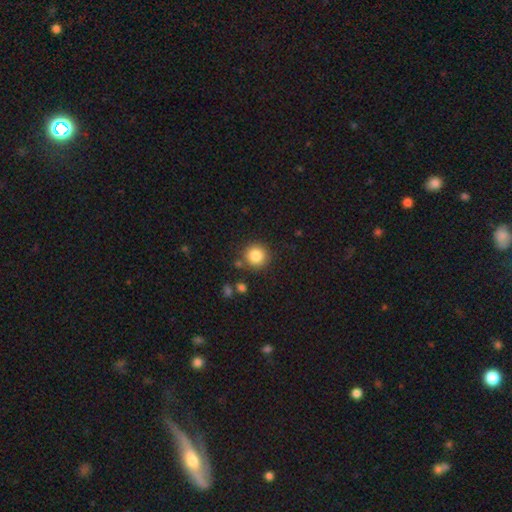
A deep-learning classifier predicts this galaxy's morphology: Smooth or featured? Predicted: smooth (p=0.84). How rounded? Predicted: round (p=0.94). Merging? Predicted: none (p=0.86).